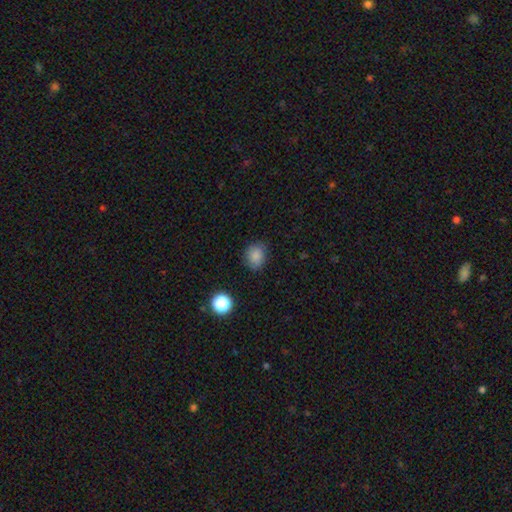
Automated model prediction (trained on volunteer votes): Morphology: type=smooth (83%); roundness=round (60%); merging=none (79%).